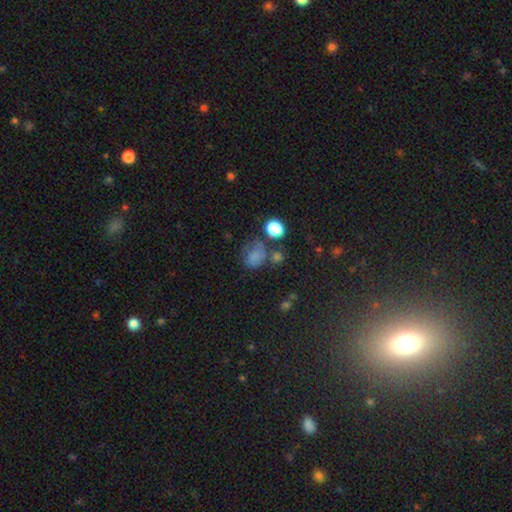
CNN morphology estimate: A smooth galaxy with no disk features (68%) that is round (50%). Merging: none (44%).